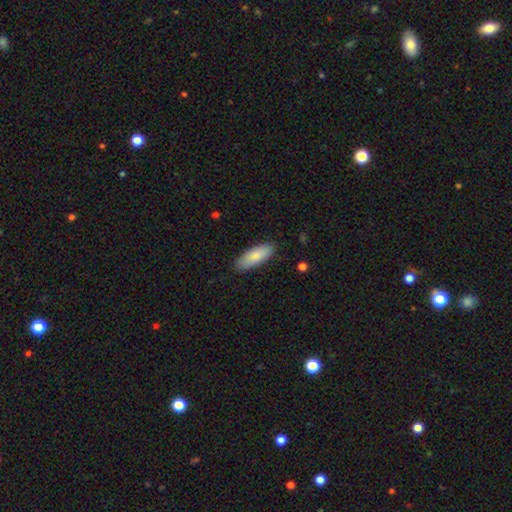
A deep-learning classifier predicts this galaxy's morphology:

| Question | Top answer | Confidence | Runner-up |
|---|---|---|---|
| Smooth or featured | smooth | 81% | featured or disk (13%) |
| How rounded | in between | 72% | cigar-shaped (26%) |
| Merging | none | 86% | minor disturbance (11%) |